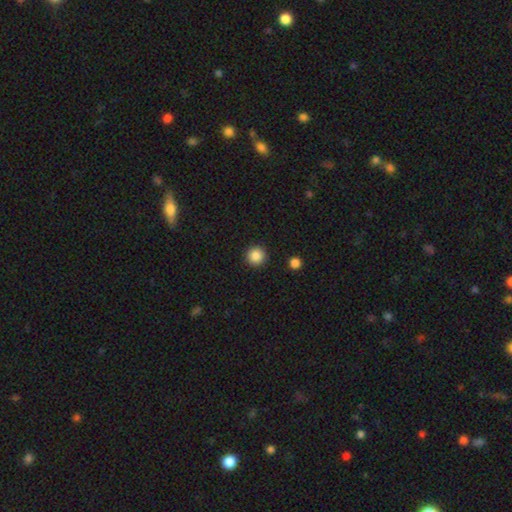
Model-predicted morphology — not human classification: smooth-or-featured: smooth: 87% | star or artifact: 10% | featured or disk: 3%
  how-rounded: round: 96% | in between: 3% | cigar-shaped: 1%
  merging: none: 92% | minor disturbance: 5% | major disturbance: 2% | merger: 1%